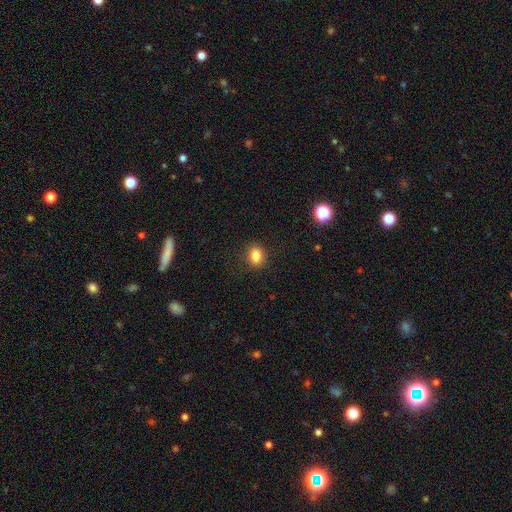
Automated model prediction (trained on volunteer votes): This is clearly a smooth galaxy (84%). How rounded: possibly in between (59%). Merging: clearly none (88%).